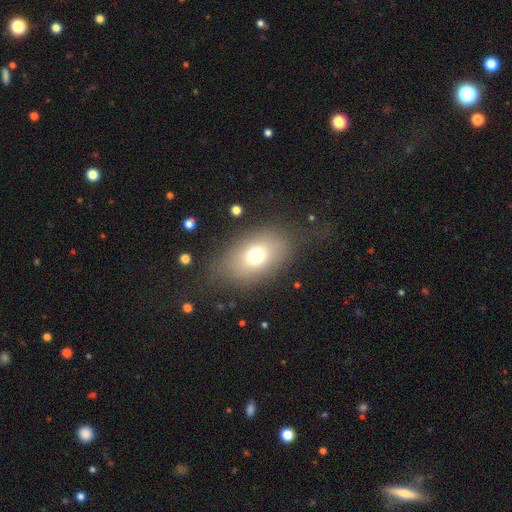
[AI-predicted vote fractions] This appears to be a smooth galaxy with no disk features (70%) that is in between round and cigar-shaped (78%). Merging: none (71%).